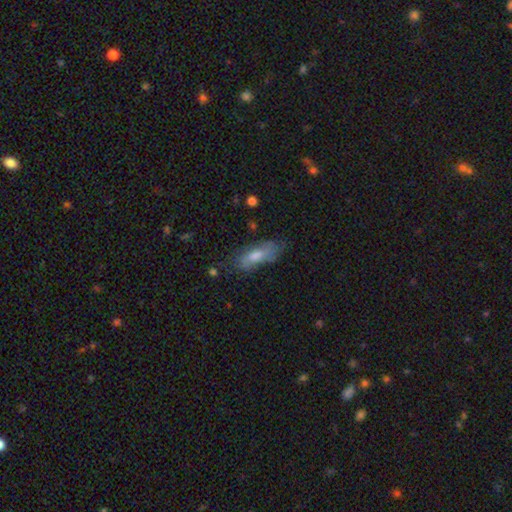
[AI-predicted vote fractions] Smooth or featured? smooth (59%)
How rounded? in between (60%)
Merging? none (65%)